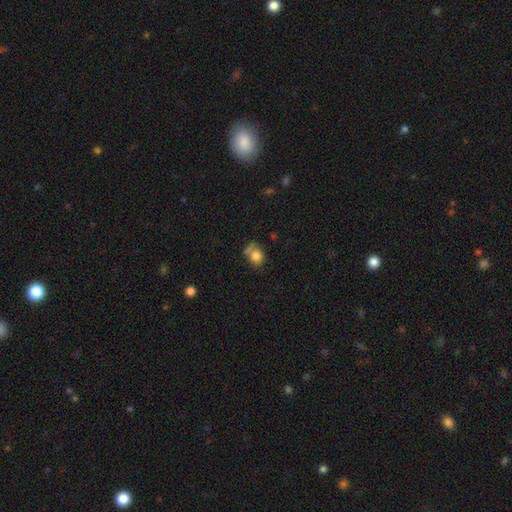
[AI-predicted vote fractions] Smooth or featured?
  - smooth: 78% *
  - featured or disk: 12%
  - star or artifact: 10%
How rounded?
  - round: 54% *
  - in between: 45%
  - cigar-shaped: 1%
Merging?
  - none: 46% *
  - minor disturbance: 23%
  - merger: 20%
  - major disturbance: 12%